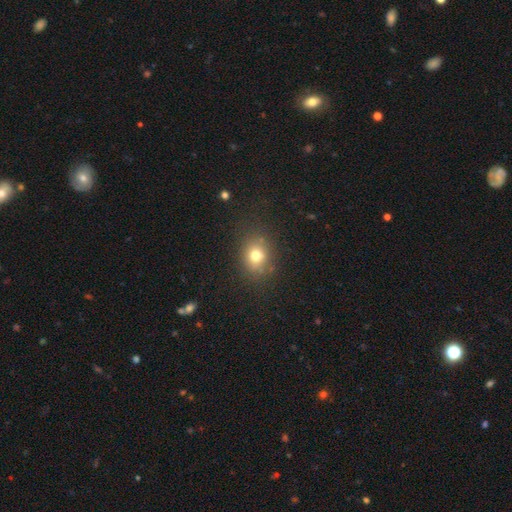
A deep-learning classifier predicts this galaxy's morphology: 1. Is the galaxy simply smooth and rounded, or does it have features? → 75% smooth, 15% star or artifact, 10% featured or disk.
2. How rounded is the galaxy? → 61% round, 38% in between, 1% cigar-shaped.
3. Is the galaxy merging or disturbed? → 79% none, 13% minor disturbance, 5% major disturbance, 3% merger.